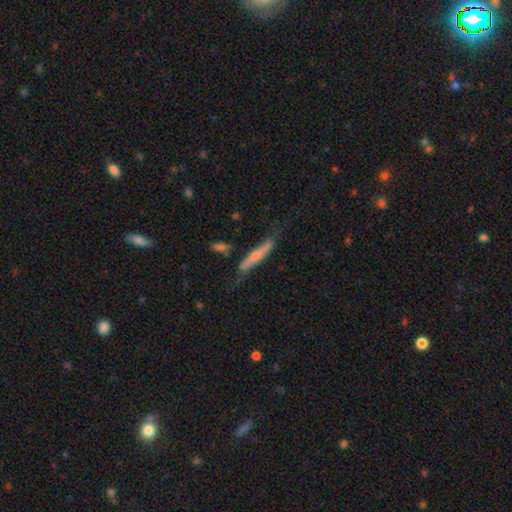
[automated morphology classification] smooth-or-featured: featured or disk: 48% | smooth: 46% | star or artifact: 6%
  merging: none: 63% | minor disturbance: 24% | major disturbance: 8% | merger: 4%